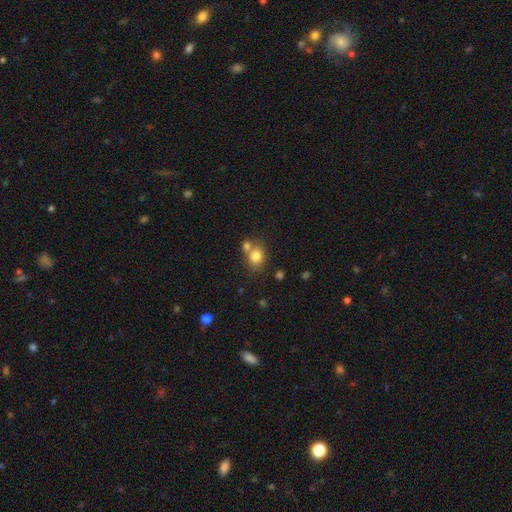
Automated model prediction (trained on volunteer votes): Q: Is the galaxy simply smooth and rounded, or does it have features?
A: smooth — 79%.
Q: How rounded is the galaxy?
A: round — 68%.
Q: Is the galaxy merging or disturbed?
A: none — 51%.